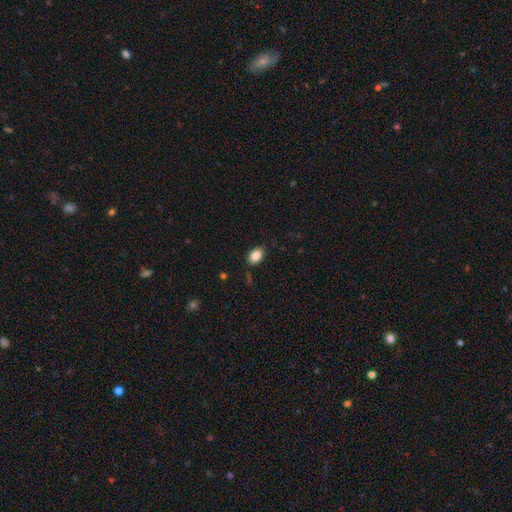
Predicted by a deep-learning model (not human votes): A smooth galaxy with no disk features (86%) that is in between round and cigar-shaped (83%).

Vote fractions:
- Smooth or featured? smooth: 86% / star or artifact: 8% / featured or disk: 6%
- How rounded? in between: 83% / round: 16% / cigar-shaped: 1%
- Merging? none: 84% / minor disturbance: 12% / major disturbance: 3% / merger: 1%